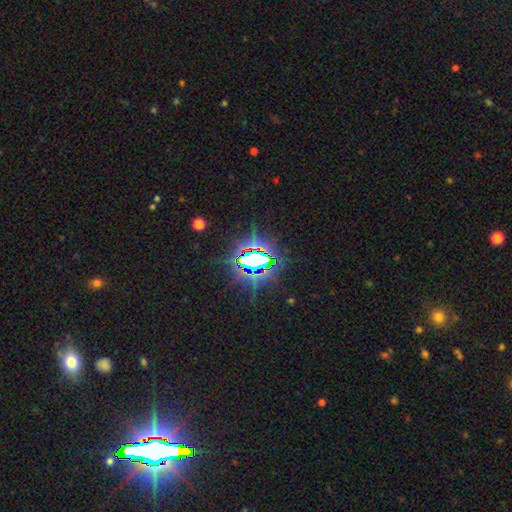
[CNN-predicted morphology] The model was most divided on "smooth or featured": star or artifact: 81%, smooth: 11%, featured or disk: 8%.